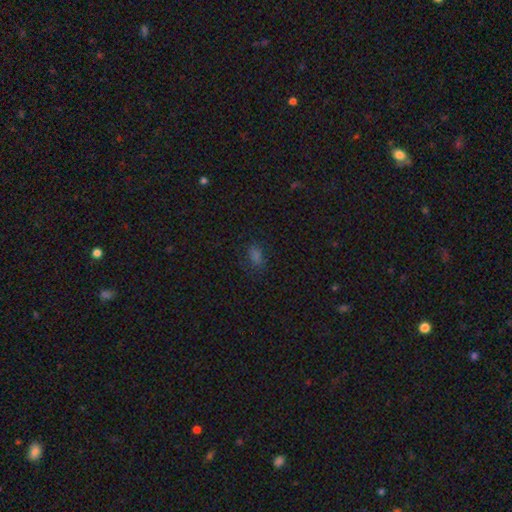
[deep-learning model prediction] The model was most divided on "smooth or featured": smooth: 69%, star or artifact: 25%, featured or disk: 7%. More confident: how rounded — in between (84%); merging — none (77%).